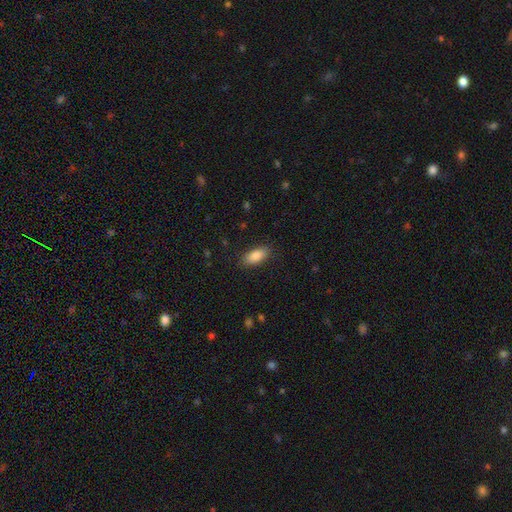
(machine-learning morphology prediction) This appears to be a smooth galaxy with no disk features (86%) that is in between round and cigar-shaped (88%). Merging: none (87%).